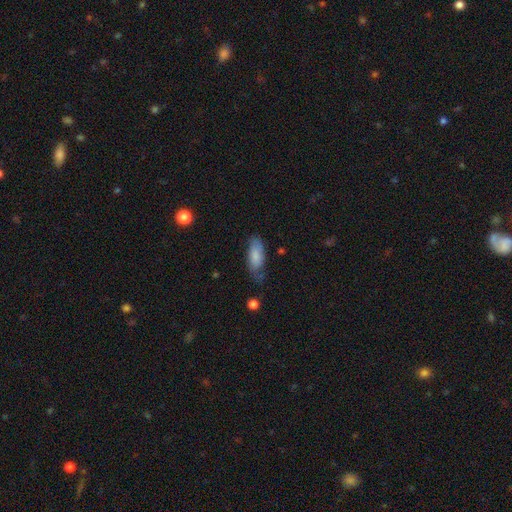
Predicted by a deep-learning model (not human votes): Morphology: type=smooth (78%); roundness=in between (82%); merging=none (54%).